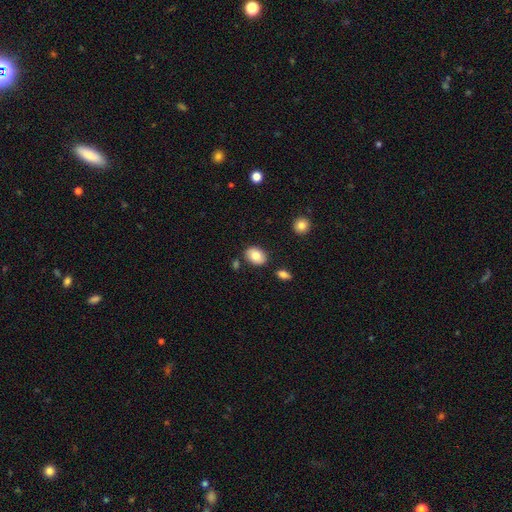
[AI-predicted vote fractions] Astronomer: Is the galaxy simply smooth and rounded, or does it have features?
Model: smooth — 82%.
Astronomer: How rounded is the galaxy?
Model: in between — 77%.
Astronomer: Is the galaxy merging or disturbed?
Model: none — 83%.